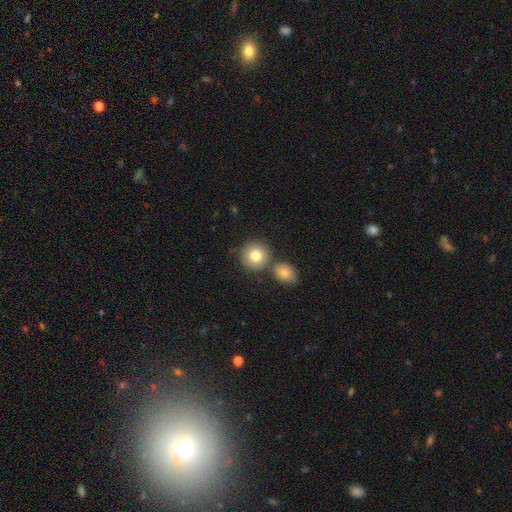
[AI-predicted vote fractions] This is clearly a smooth galaxy (80%). How rounded: clearly round (90%). Merging: likely none (67%).